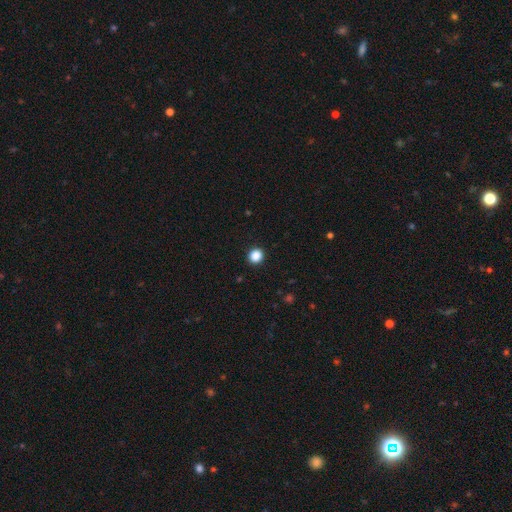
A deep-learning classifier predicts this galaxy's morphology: This appears to be a smooth galaxy with no disk features (87%) that is round (88%). Merging: none (93%).